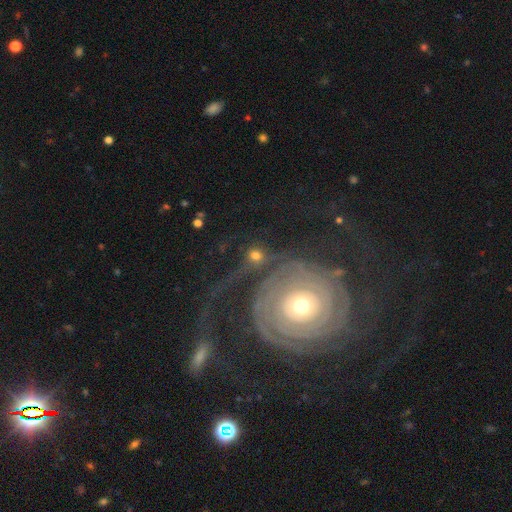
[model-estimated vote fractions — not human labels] A smooth galaxy with no disk features (49%).

Vote fractions:
- Smooth or featured? smooth: 49% / featured or disk: 34% / star or artifact: 17%
- Merging? none: 61% / major disturbance: 14% / minor disturbance: 13% / merger: 12%